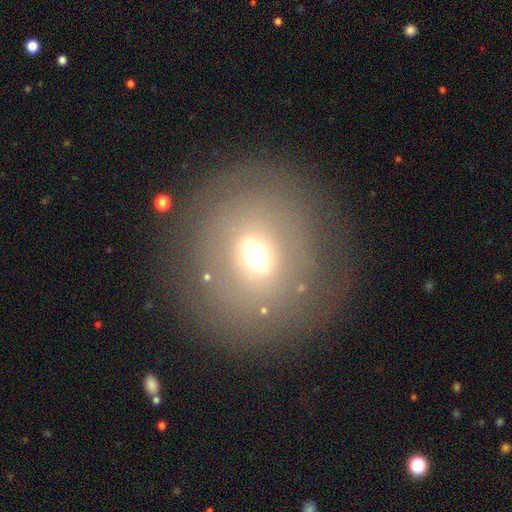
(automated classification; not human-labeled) smooth 49%, featured or disk 34%, star or artifact 17%. Down the decision tree: merging — none (73%).